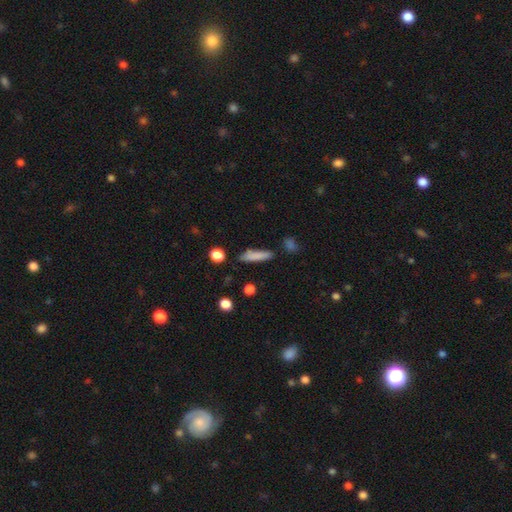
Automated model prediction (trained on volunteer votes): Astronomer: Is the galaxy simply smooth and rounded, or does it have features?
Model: smooth — 82%.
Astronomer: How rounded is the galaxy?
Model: cigar-shaped — 77%.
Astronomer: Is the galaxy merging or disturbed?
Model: none — 80%.